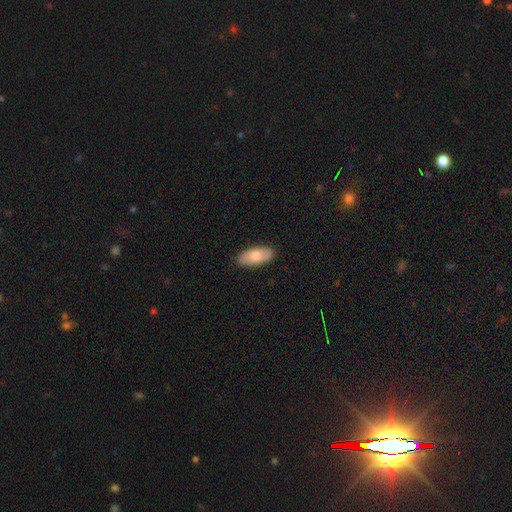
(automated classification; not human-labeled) The model was most divided on "smooth or featured": smooth: 73%, featured or disk: 21%, star or artifact: 6%. More confident: how rounded — in between (87%); merging — none (87%).